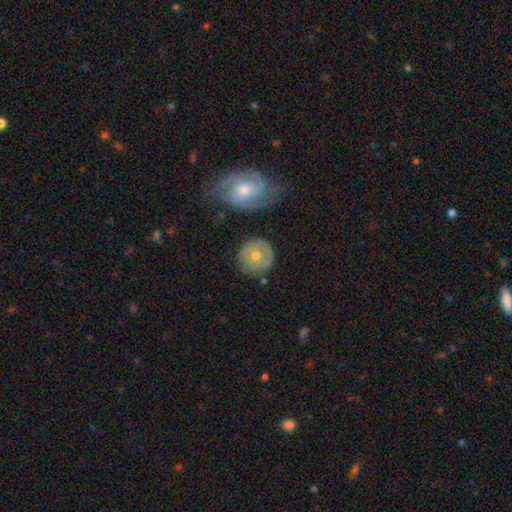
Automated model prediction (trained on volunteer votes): smooth_or_featured: smooth (p=0.50) [alt: featured or disk p=0.43]
how_rounded: round (p=0.86) [alt: in between p=0.12]
merging: none (p=0.72) [alt: minor disturbance p=0.17]